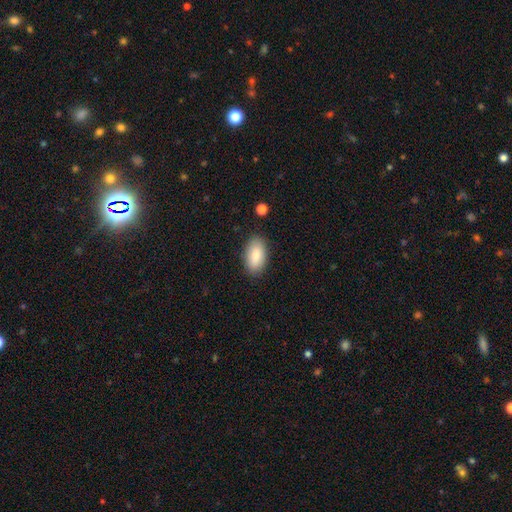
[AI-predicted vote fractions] Smooth or featured: smooth — 86% (featured or disk — 8%)
How rounded: in between — 94% (round — 3%)
Merging: none — 86% (minor disturbance — 10%)